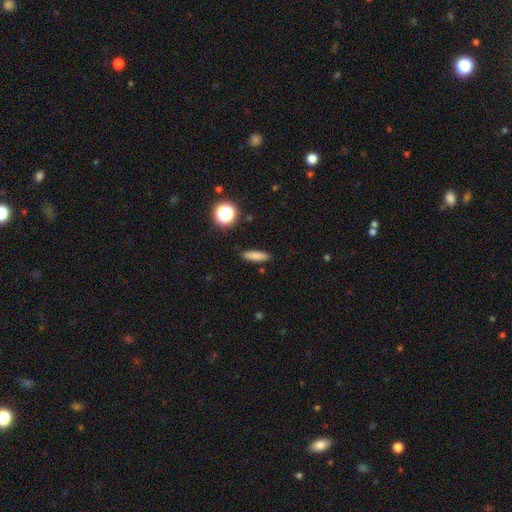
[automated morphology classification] Overall: smooth (81%). How rounded: cigar-shaped (66%; in between 30%). Merging: none (88%).